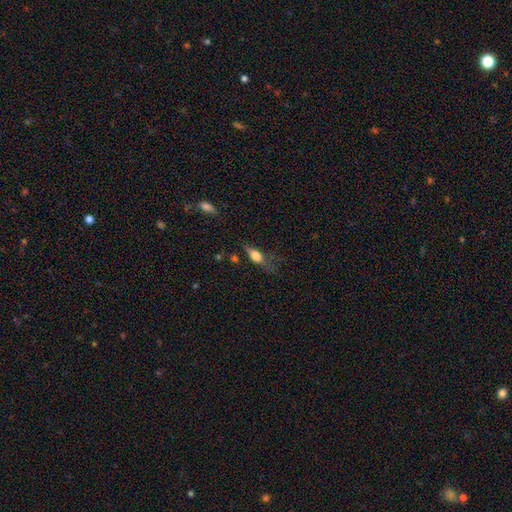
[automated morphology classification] Overall: smooth (65%). How rounded: in between (66%). Merging: none (40%; minor disturbance 30%).